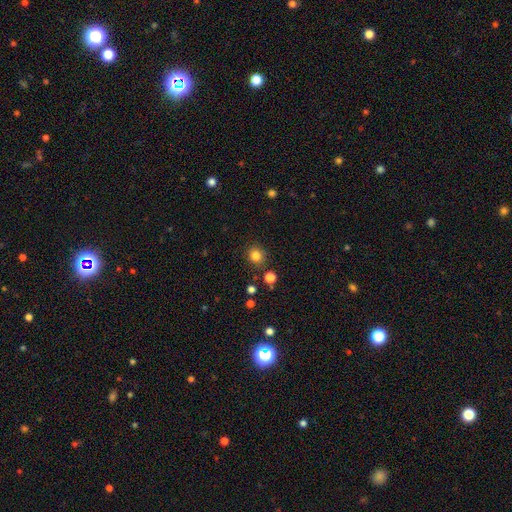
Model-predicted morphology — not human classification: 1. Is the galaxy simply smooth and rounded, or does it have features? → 83% smooth, 13% star or artifact, 5% featured or disk.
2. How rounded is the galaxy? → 88% round, 11% in between, 1% cigar-shaped.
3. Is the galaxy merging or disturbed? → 86% none, 8% minor disturbance, 3% merger, 2% major disturbance.